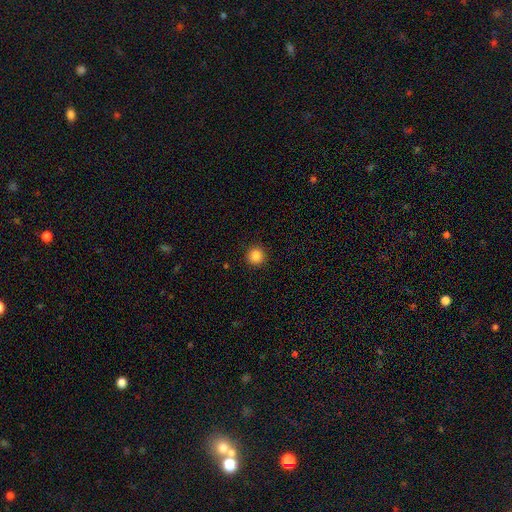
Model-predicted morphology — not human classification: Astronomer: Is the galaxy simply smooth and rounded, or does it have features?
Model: smooth — 86%.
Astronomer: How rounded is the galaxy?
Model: round — 95%.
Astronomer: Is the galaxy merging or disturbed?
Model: none — 92%.